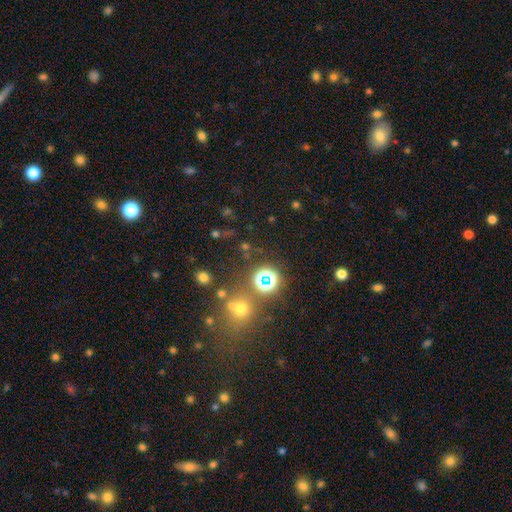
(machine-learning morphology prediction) Q: Smooth or featured?
A: star or artifact (55%); runner-up: smooth (37%)